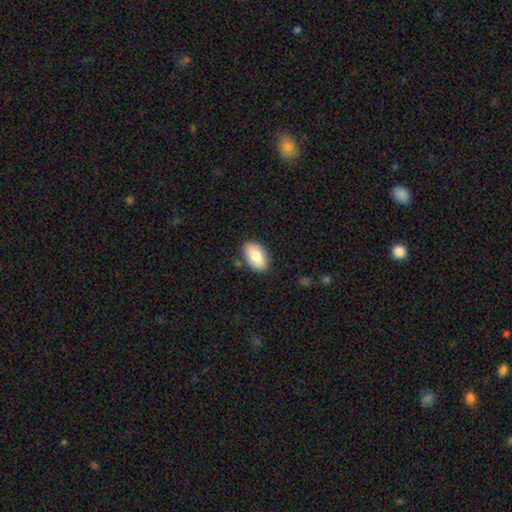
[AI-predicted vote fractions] This appears to be a smooth galaxy with no disk features (79%) that is in between round and cigar-shaped (93%). Merging: none (84%).